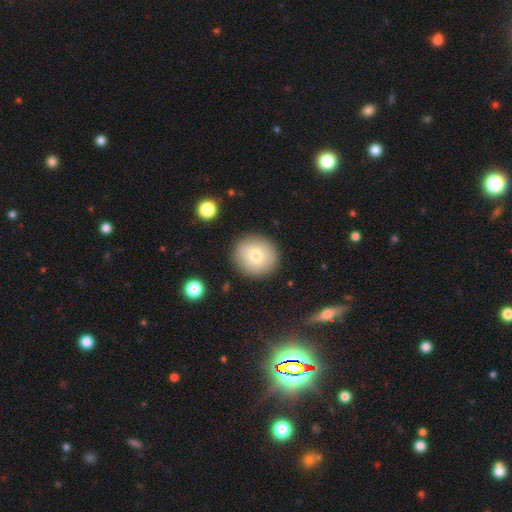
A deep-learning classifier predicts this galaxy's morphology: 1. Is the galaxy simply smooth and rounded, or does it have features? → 74% smooth, 16% featured or disk, 10% star or artifact.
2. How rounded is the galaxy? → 89% round, 10% in between, 1% cigar-shaped.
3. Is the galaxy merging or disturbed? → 88% none, 8% minor disturbance, 3% major disturbance, 1% merger.